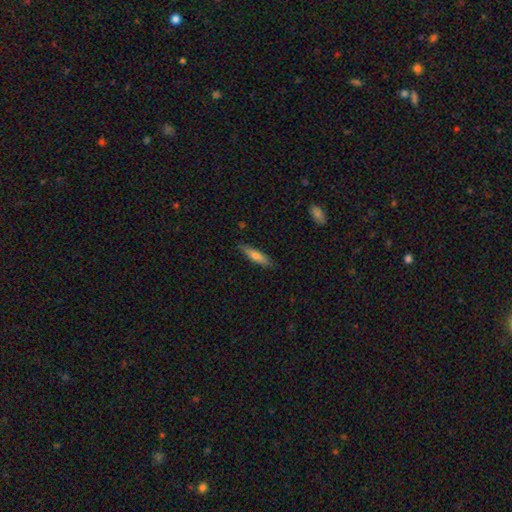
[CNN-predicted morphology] Overall: smooth (65%; featured or disk 29%). How rounded: cigar-shaped (80%). Merging: none (86%).